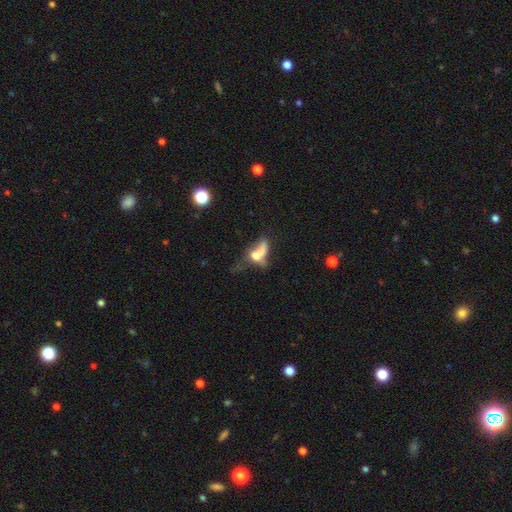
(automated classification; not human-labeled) A smooth galaxy with no disk features (51%) that is in between round and cigar-shaped (61%).

Vote fractions:
- Smooth or featured? smooth: 51% / featured or disk: 35% / star or artifact: 14%
- How rounded? in between: 61% / round: 22% / cigar-shaped: 17%
- Merging? merger: 42% / major disturbance: 29% / none: 18% / minor disturbance: 11%